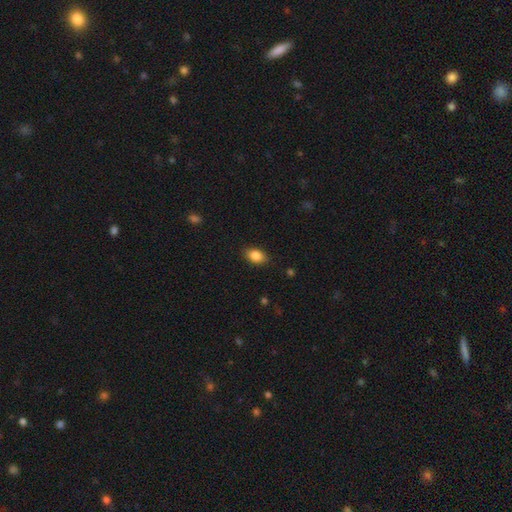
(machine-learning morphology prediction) This appears to be a smooth galaxy with no disk features (87%) that is in between round and cigar-shaped (85%). Merging: none (86%).